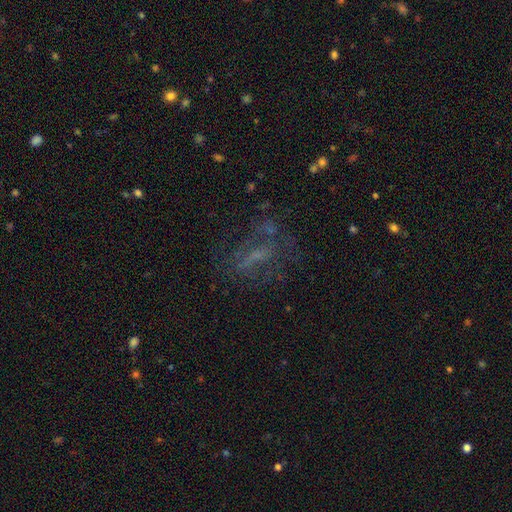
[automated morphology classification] This appears to be a featured or disk galaxy (43%). Merging: none (54%).